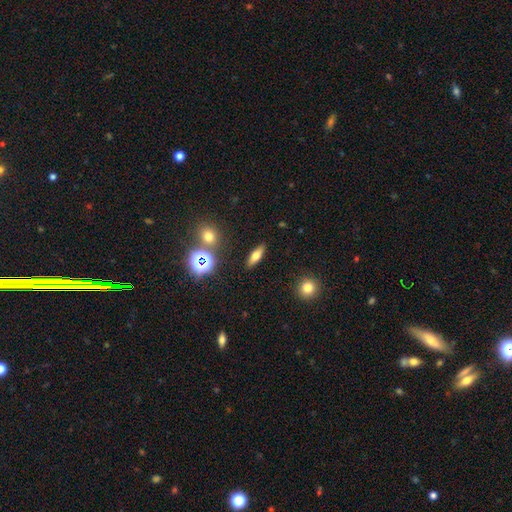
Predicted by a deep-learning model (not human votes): smooth 58%, featured or disk 28%, star or artifact 13%. Down the decision tree: how rounded — in between (49%); merging — none (88%).